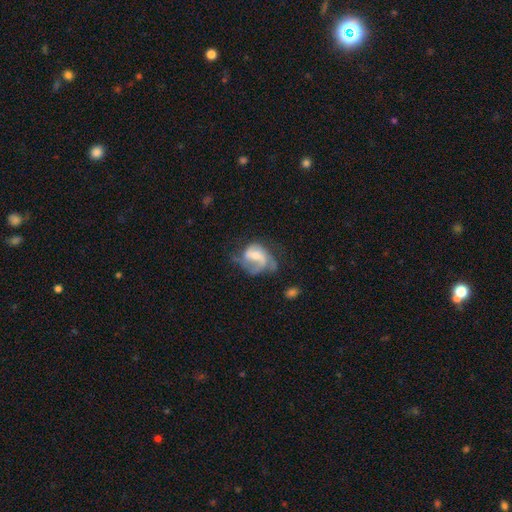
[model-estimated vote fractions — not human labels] Smooth or featured?
  - featured or disk: 68% *
  - smooth: 25%
  - star or artifact: 7%
Edge-on disk?
  - no: 98% *
  - yes: 2%
Bar?
  - weak: 45% *
  - no: 42%
  - strong: 13%
Spiral arms?
  - yes: 80% *
  - no: 20%
Spiral winding?
  - medium: 43% *
  - loose: 36%
  - tight: 21%
Spiral arm count?
  - 2: 40% *
  - 1: 20%
  - can't tell: 19%
  - 3: 16%
  - 4: 3%
  - more than 4: 2%
Bulge size?
  - moderate: 43% *
  - small: 36%
  - none: 12%
  - large: 7%
  - dominant: 1%
Merging?
  - major disturbance: 39% *
  - none: 32%
  - minor disturbance: 24%
  - merger: 5%